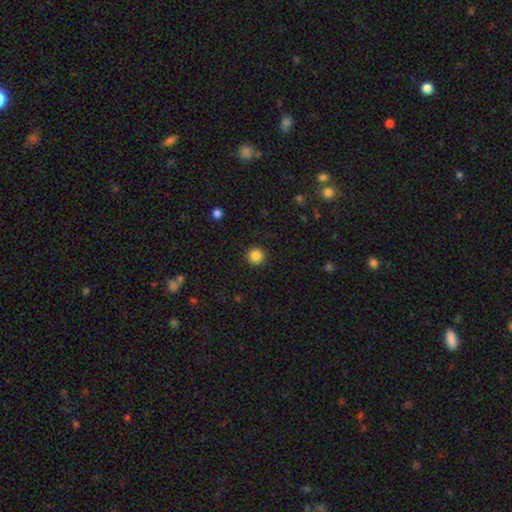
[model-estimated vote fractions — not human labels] A smooth galaxy with no disk features (86%) that is round (95%). Merging: none (92%).